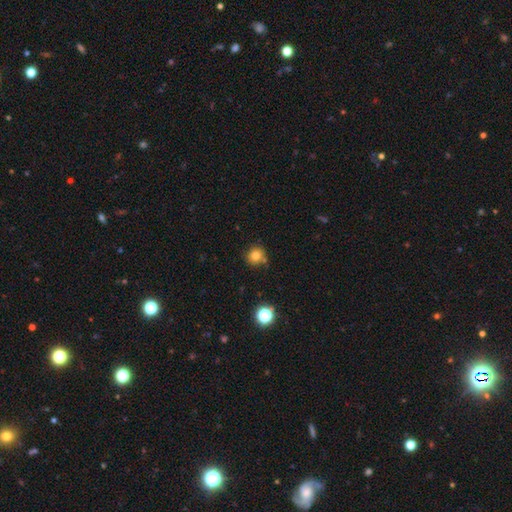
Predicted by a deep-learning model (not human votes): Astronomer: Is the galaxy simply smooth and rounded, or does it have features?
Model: smooth — 79%.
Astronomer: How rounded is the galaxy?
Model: round — 90%.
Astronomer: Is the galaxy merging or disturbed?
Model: none — 79%.